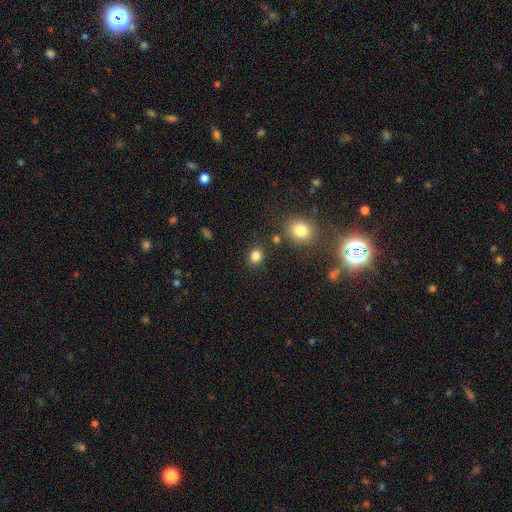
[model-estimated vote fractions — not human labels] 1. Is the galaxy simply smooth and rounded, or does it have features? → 83% smooth, 12% star or artifact, 5% featured or disk.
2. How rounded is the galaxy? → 60% round, 39% in between, 1% cigar-shaped.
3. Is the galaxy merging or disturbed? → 83% none, 9% minor disturbance, 5% merger, 3% major disturbance.